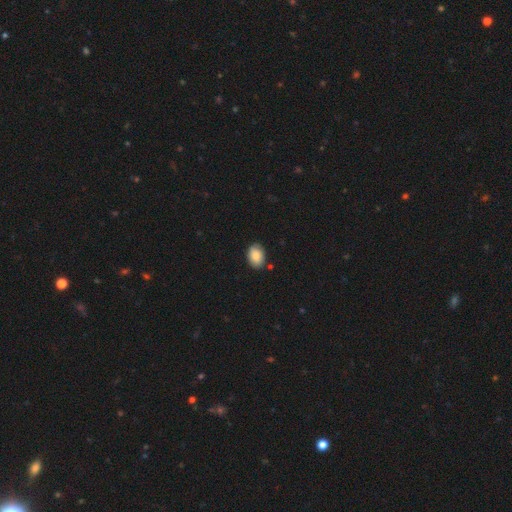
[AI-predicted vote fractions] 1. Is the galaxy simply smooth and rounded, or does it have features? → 86% smooth, 7% featured or disk, 7% star or artifact.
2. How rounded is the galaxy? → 82% in between, 16% round, 1% cigar-shaped.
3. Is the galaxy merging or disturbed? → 82% none, 14% minor disturbance, 2% major disturbance, 2% merger.